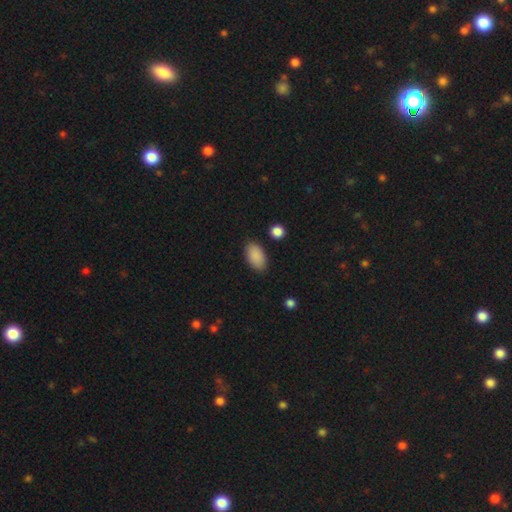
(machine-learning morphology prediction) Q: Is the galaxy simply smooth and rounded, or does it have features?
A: smooth — 90%.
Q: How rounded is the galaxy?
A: in between — 94%.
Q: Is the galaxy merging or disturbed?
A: none — 86%.